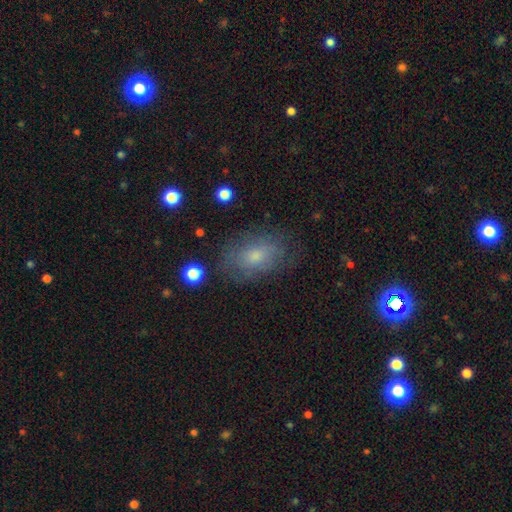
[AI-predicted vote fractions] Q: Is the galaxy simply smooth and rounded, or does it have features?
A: smooth — 69%.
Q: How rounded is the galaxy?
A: in between — 85%.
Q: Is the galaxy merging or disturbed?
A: none — 73%.